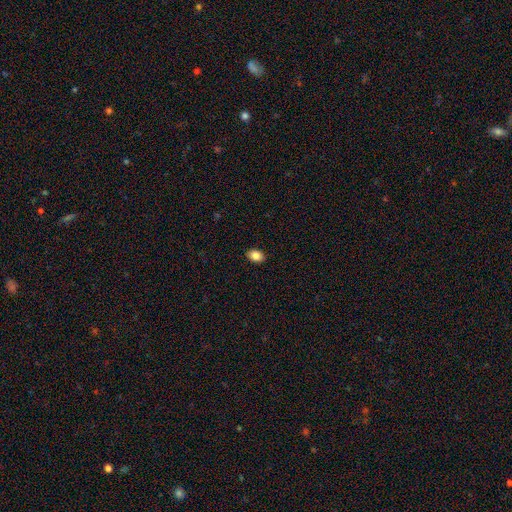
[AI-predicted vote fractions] Smooth or featured?
  - smooth: 86% *
  - star or artifact: 9%
  - featured or disk: 5%
How rounded?
  - in between: 81% *
  - round: 18%
  - cigar-shaped: 1%
Merging?
  - none: 90% *
  - minor disturbance: 8%
  - major disturbance: 2%
  - merger: 1%